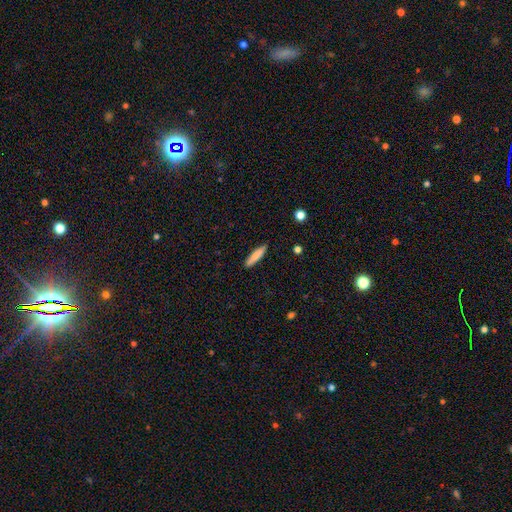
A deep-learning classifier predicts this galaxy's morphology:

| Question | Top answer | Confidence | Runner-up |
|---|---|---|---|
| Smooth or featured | smooth | 80% | featured or disk (14%) |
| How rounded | cigar-shaped | 81% | in between (17%) |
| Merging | none | 87% | minor disturbance (10%) |